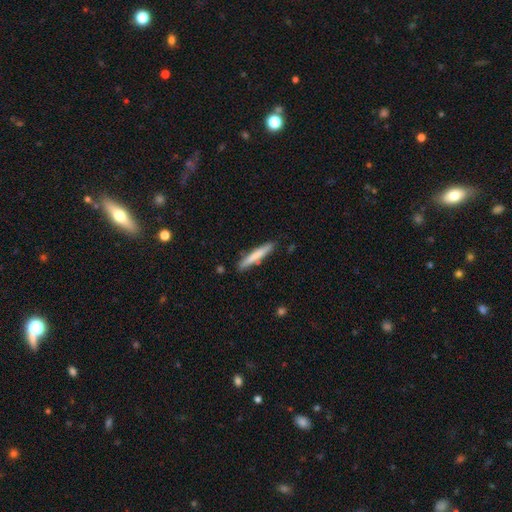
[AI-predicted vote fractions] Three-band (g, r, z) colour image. It shows a smooth galaxy with no disk features (72%) that is cigar-shaped (95%). Merging: none (87%).